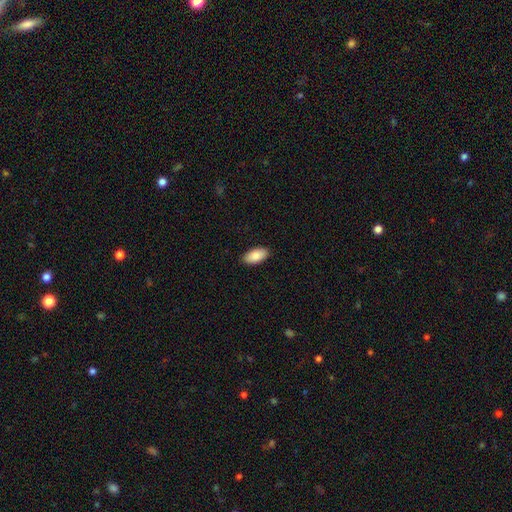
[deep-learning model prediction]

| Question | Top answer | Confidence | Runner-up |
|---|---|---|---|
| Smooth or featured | smooth | 89% | star or artifact (6%) |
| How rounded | in between | 94% | cigar-shaped (4%) |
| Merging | none | 90% | minor disturbance (8%) |